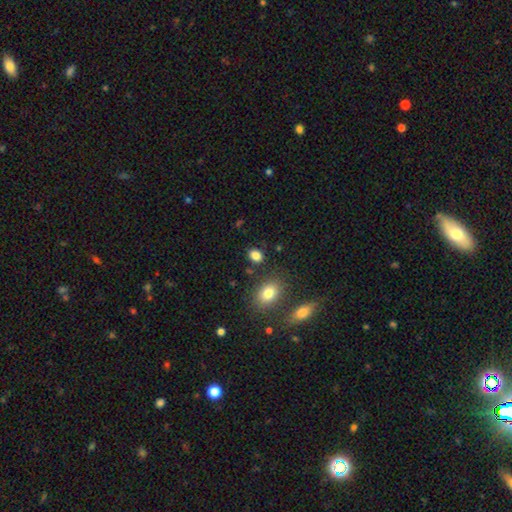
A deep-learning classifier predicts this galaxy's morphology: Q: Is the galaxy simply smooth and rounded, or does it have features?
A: smooth — 84%.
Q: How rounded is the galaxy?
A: in between — 67%.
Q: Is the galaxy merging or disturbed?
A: none — 81%.